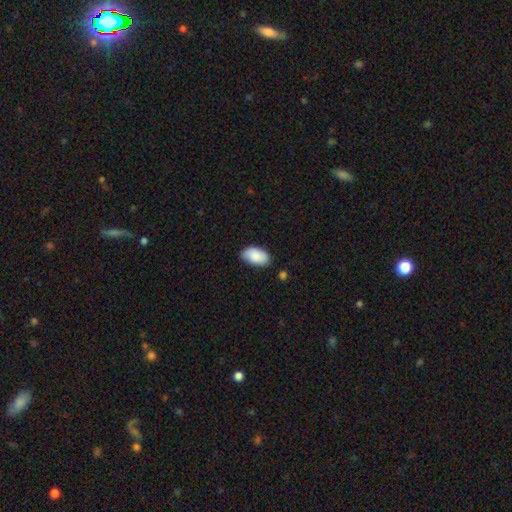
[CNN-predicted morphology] A smooth galaxy with no disk features (89%) that is in between round and cigar-shaped (95%).

Vote fractions:
- Smooth or featured? smooth: 89% / star or artifact: 6% / featured or disk: 6%
- How rounded? in between: 95% / round: 3% / cigar-shaped: 2%
- Merging? none: 81% / minor disturbance: 15% / major disturbance: 3% / merger: 2%